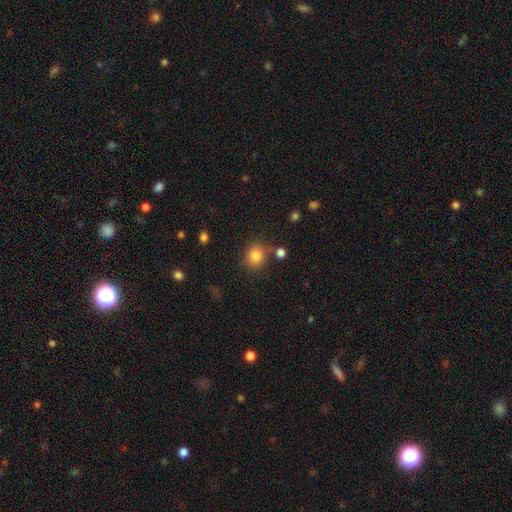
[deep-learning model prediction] Smooth or featured?
  - smooth: 82% *
  - star or artifact: 11%
  - featured or disk: 6%
How rounded?
  - round: 81% *
  - in between: 18%
  - cigar-shaped: 1%
Merging?
  - none: 81% *
  - minor disturbance: 10%
  - merger: 6%
  - major disturbance: 3%